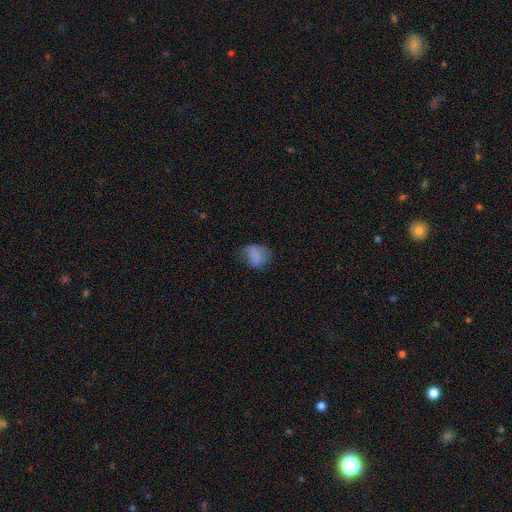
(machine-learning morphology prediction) smooth_or_featured: smooth (p=0.70) [alt: featured or disk p=0.18]
how_rounded: in between (p=0.53) [alt: round p=0.45]
merging: none (p=0.47) [alt: minor disturbance p=0.31]